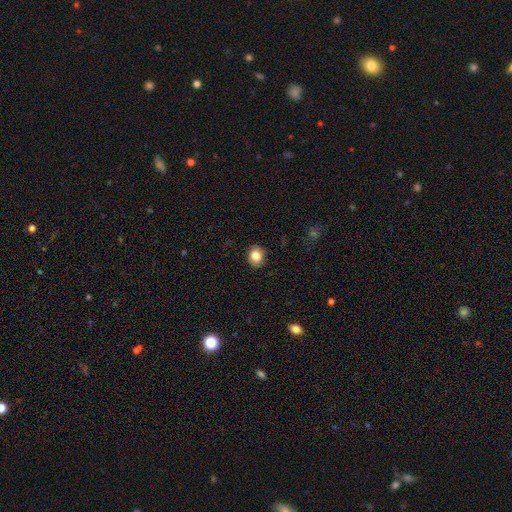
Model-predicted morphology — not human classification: Smooth or featured?
  - smooth: 84% *
  - star or artifact: 9%
  - featured or disk: 7%
How rounded?
  - round: 63% *
  - in between: 36%
  - cigar-shaped: 1%
Merging?
  - none: 89% *
  - minor disturbance: 9%
  - major disturbance: 2%
  - merger: 1%